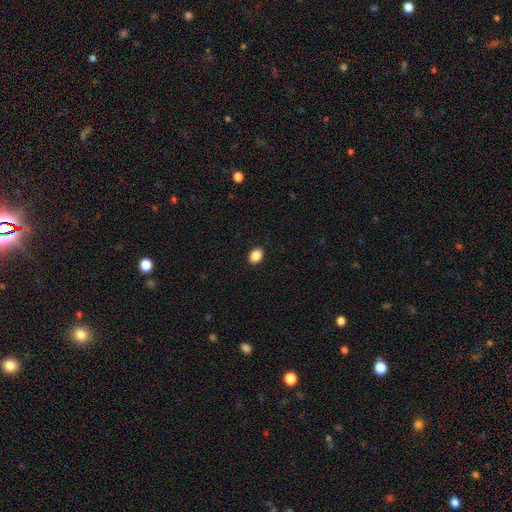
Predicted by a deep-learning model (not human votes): The model was most divided on "how rounded": in between: 71%, round: 28%, cigar-shaped: 1%. More confident: merging — none (91%); smooth or featured — smooth (88%).